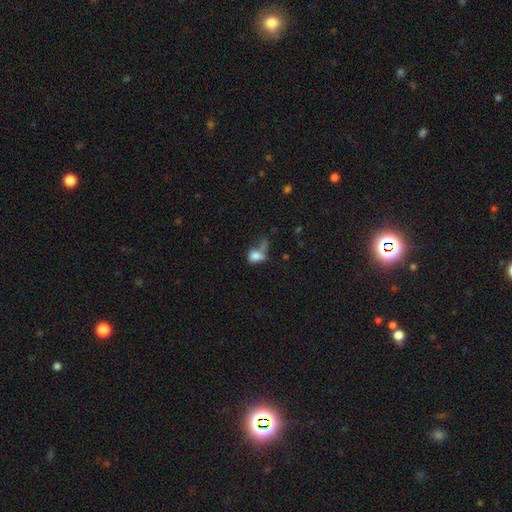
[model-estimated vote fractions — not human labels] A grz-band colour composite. It shows a smooth galaxy with no disk features (75%) that is in between round and cigar-shaped (57%). Merging: major disturbance (29%).